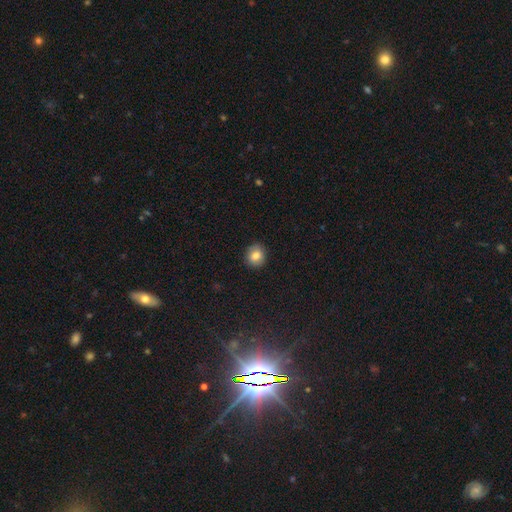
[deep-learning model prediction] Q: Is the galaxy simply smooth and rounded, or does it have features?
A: smooth — 83%.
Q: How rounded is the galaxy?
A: round — 84%.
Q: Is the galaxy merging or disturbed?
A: none — 89%.